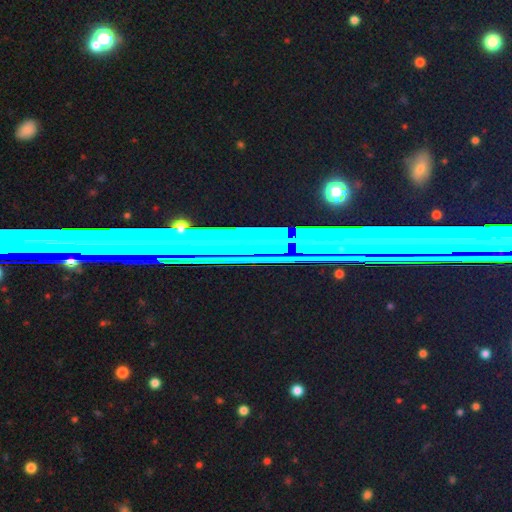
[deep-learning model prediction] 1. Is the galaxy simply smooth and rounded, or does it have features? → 55% star or artifact, 29% featured or disk, 16% smooth.